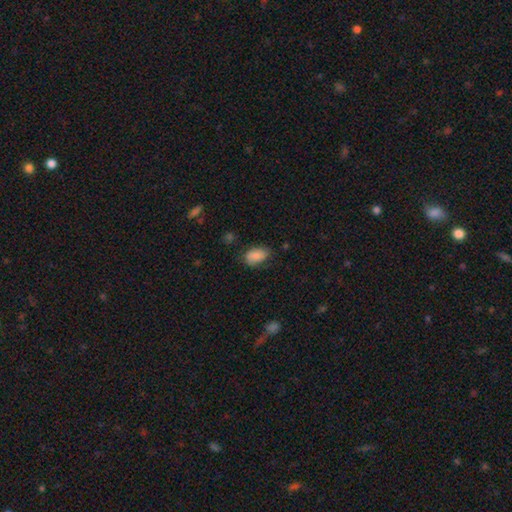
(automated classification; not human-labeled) A smooth galaxy with no disk features (84%) that is in between round and cigar-shaped (91%). Merging: none (66%).